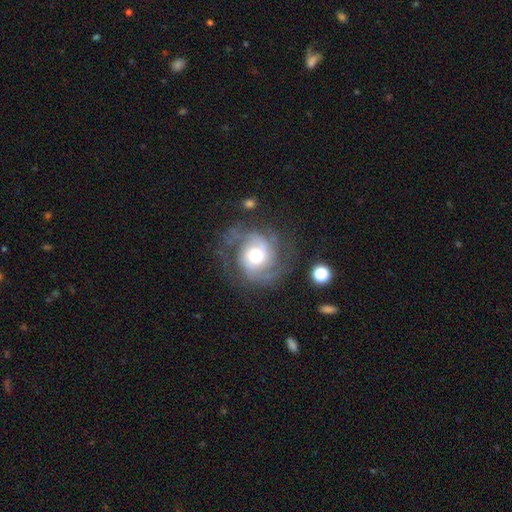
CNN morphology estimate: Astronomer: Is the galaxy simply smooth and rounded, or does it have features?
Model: featured or disk — 81%.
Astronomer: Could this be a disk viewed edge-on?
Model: no — 98%.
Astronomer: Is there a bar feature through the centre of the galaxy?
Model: no — 69%.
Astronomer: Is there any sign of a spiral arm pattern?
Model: yes — 93%.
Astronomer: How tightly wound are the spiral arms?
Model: tight — 43% (runner-up: medium, 41%).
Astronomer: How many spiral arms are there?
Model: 2 — 53%.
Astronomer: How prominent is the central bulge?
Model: moderate — 61%.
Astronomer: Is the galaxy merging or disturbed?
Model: none — 64%.